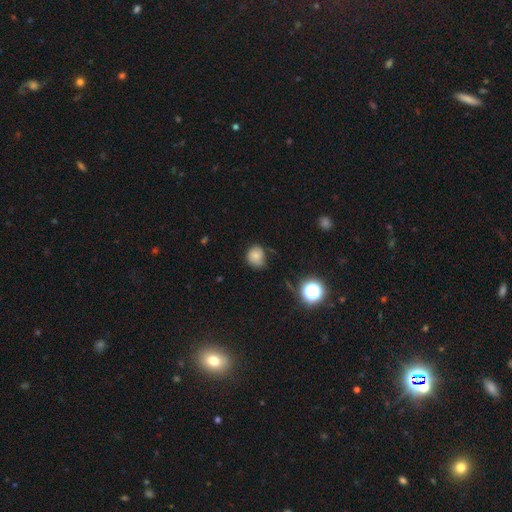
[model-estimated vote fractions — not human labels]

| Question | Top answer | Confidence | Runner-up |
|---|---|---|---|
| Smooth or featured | smooth | 74% | star or artifact (14%) |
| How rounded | round | 72% | in between (27%) |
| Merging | none | 65% | minor disturbance (28%) |